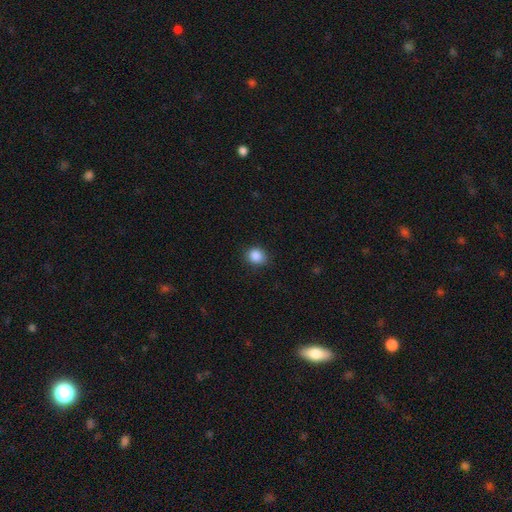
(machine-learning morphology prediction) Q: Smooth or featured?
A: smooth (87%); runner-up: star or artifact (9%)
Q: How rounded?
A: round (69%); runner-up: in between (31%)
Q: Merging?
A: none (87%); runner-up: minor disturbance (10%)